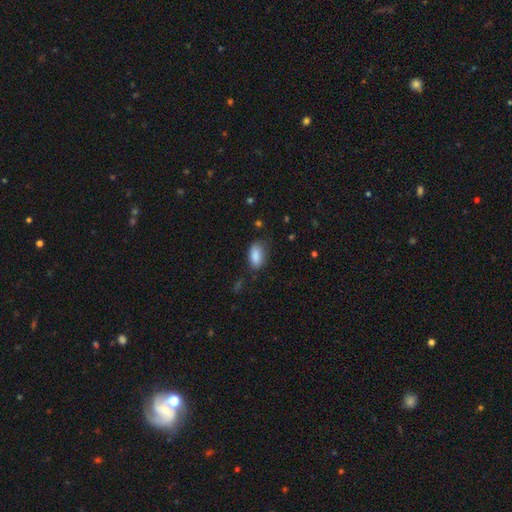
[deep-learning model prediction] smooth 87%, star or artifact 7%, featured or disk 6%. Down the decision tree: how rounded — in between (91%); merging — none (68%).